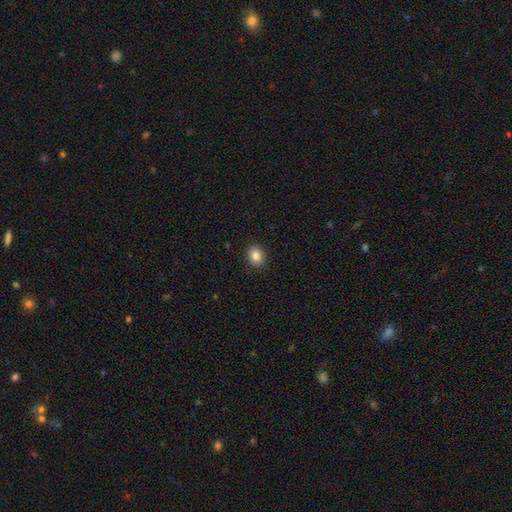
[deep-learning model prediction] Smooth or featured? Predicted: smooth (p=0.86). How rounded? Predicted: in between (p=0.55). Merging? Predicted: none (p=0.90).